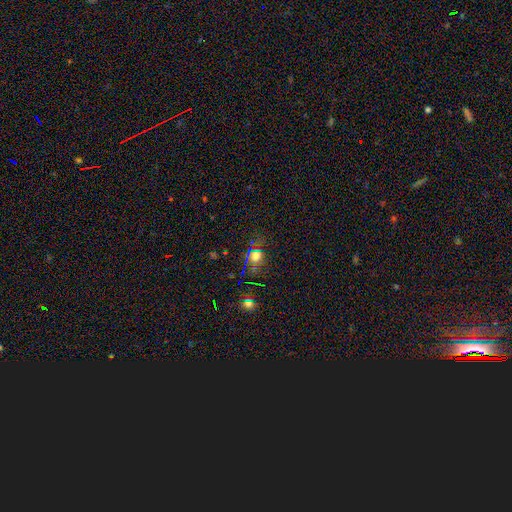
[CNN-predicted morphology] A star or artifact, not a galaxy (45%).